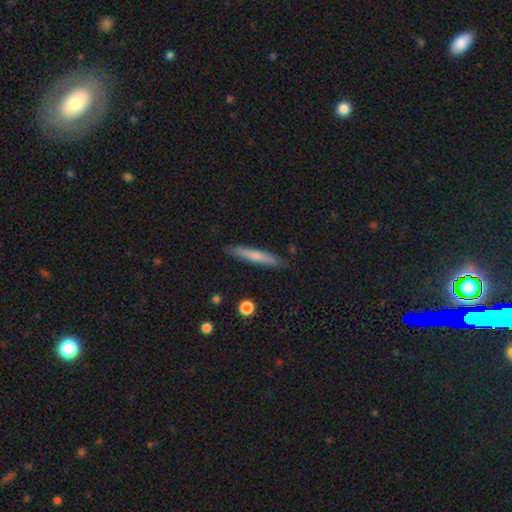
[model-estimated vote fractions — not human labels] A smooth galaxy with no disk features (68%) that is cigar-shaped (94%). Merging: none (87%).